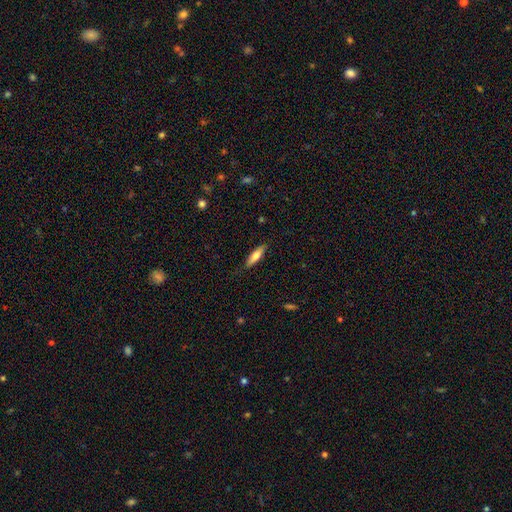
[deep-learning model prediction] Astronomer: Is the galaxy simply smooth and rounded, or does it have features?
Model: smooth — 68%.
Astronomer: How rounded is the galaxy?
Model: cigar-shaped — 59% (runner-up: in between, 39%).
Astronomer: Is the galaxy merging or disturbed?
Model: none — 83%.